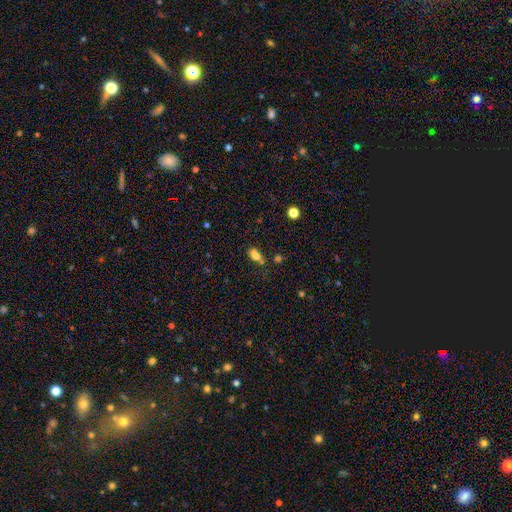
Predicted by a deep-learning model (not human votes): This is likely a smooth galaxy (78%). How rounded: clearly in between (83%). Merging: possibly none (53%).